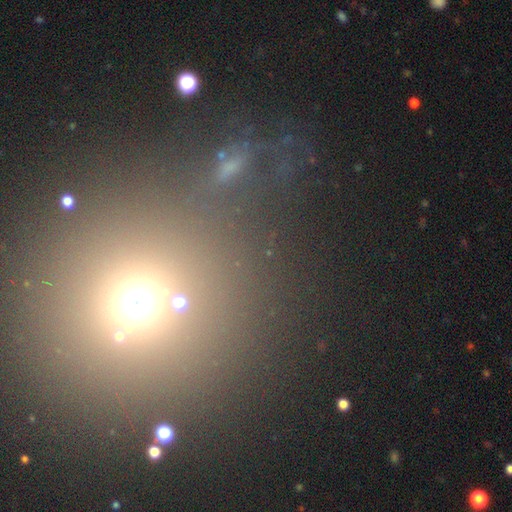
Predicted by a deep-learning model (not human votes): A star or artifact, not a galaxy (53%).

Vote fractions:
- Smooth or featured? star or artifact: 53% / smooth: 37% / featured or disk: 9%